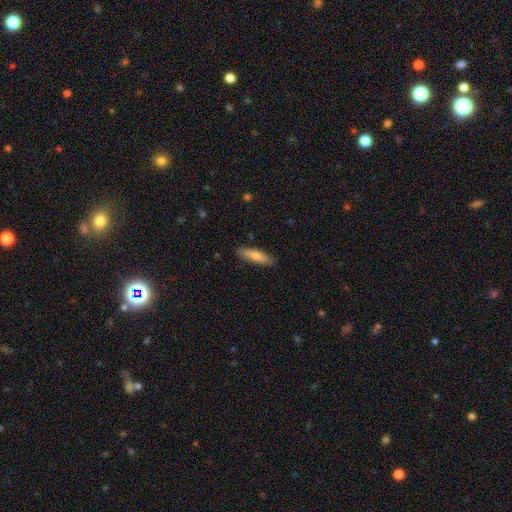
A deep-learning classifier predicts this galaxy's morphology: Smooth or featured? Predicted: smooth (p=0.78). How rounded? Predicted: cigar-shaped (p=0.65). Merging? Predicted: none (p=0.87).